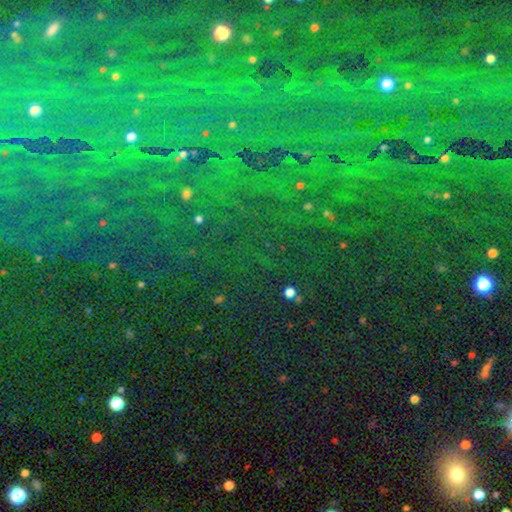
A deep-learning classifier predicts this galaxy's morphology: star or artifact 81%, smooth 10%, featured or disk 9%.